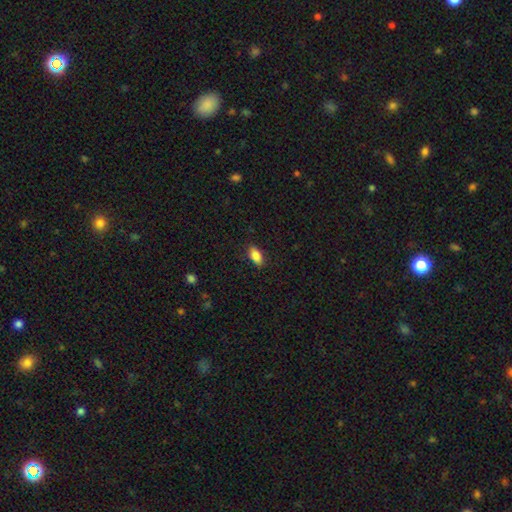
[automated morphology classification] smooth_or_featured: smooth (p=0.86) [alt: star or artifact p=0.08]
how_rounded: in between (p=0.89) [alt: cigar-shaped p=0.06]
merging: none (p=0.85) [alt: minor disturbance p=0.12]